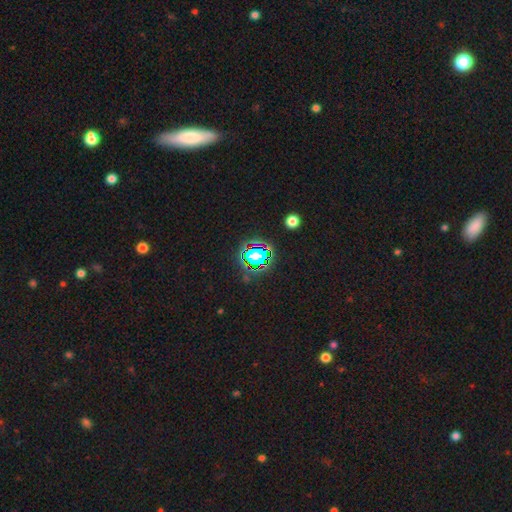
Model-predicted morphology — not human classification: The model was most divided on "smooth or featured": star or artifact: 64%, smooth: 24%, featured or disk: 12%.